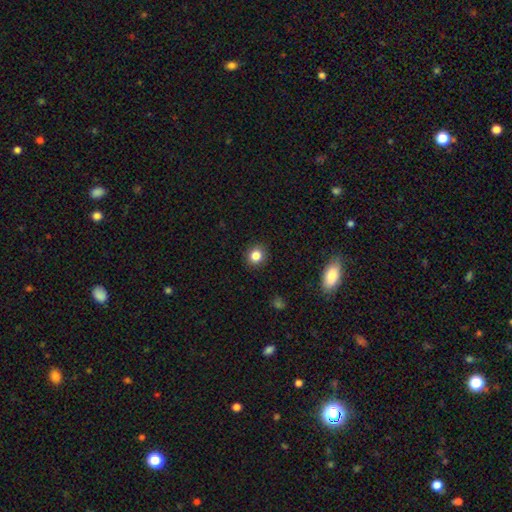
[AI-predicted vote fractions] smooth_or_featured: smooth (p=0.84) [alt: star or artifact p=0.11]
how_rounded: round (p=0.82) [alt: in between p=0.17]
merging: none (p=0.90) [alt: minor disturbance p=0.07]